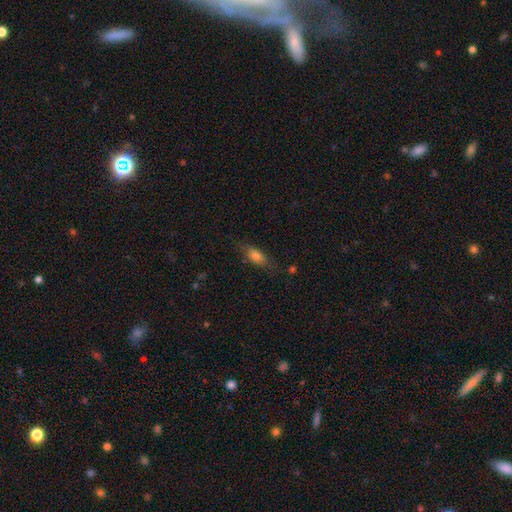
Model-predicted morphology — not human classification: The model was most divided on "how rounded": in between: 70%, cigar-shaped: 26%, round: 4%. More confident: smooth or featured — smooth (74%); merging — none (69%).